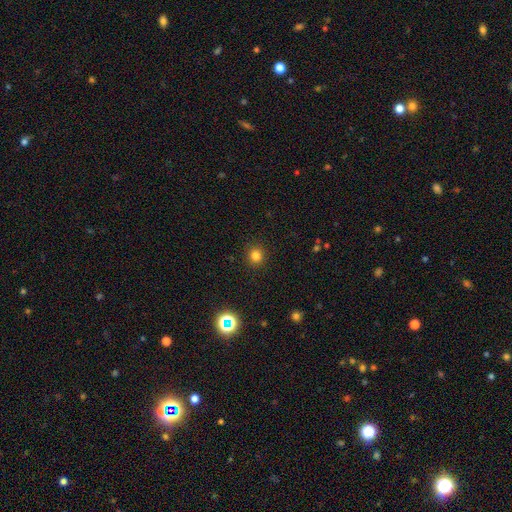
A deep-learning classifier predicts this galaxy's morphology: Smooth or featured: smooth — 79% (star or artifact — 16%)
How rounded: round — 90% (in between — 9%)
Merging: none — 91% (minor disturbance — 6%)